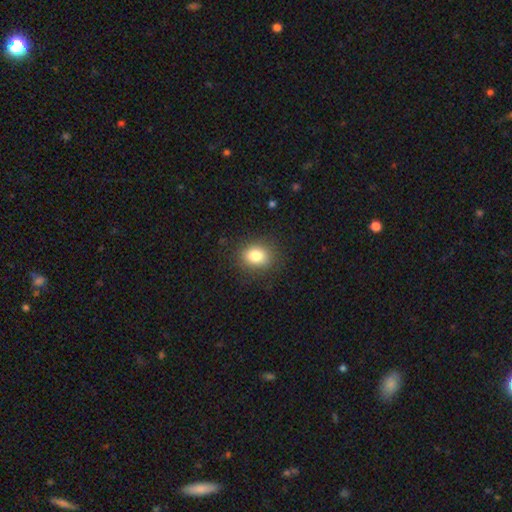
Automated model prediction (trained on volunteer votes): Morphology: type=smooth (82%); roundness=round (56%); merging=none (86%).